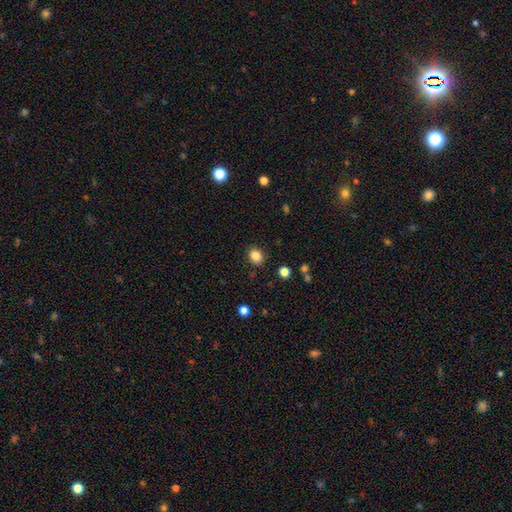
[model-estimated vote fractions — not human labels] Smooth or featured?
  - smooth: 85% *
  - star or artifact: 11%
  - featured or disk: 5%
How rounded?
  - round: 55% *
  - in between: 44%
  - cigar-shaped: 1%
Merging?
  - none: 87% *
  - minor disturbance: 9%
  - major disturbance: 3%
  - merger: 2%